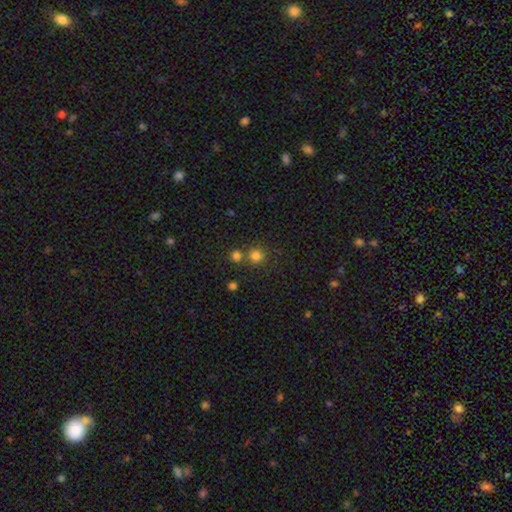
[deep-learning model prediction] smooth 79%, star or artifact 15%, featured or disk 6%. Down the decision tree: how rounded — round (93%); merging — none (69%).